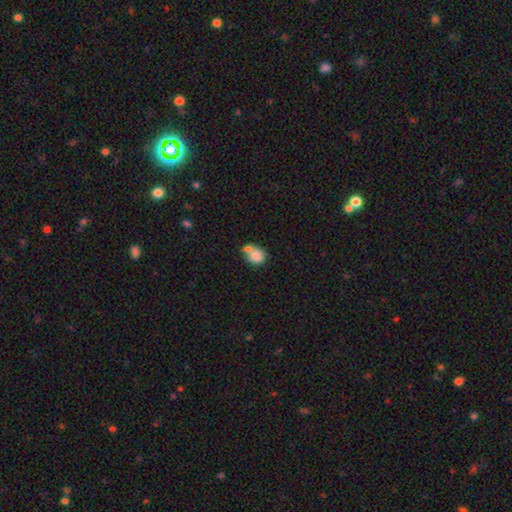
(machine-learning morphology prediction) smooth-or-featured: smooth: 81% | featured or disk: 10% | star or artifact: 9%
  how-rounded: round: 72% | in between: 27% | cigar-shaped: 1%
  merging: merger: 49% | none: 35% | minor disturbance: 11% | major disturbance: 4%